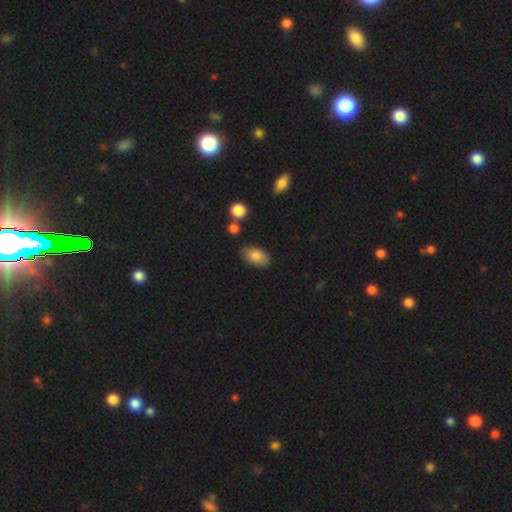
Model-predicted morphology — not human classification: Smooth or featured? Predicted: smooth (p=0.82). How rounded? Predicted: in between (p=0.91). Merging? Predicted: none (p=0.77).